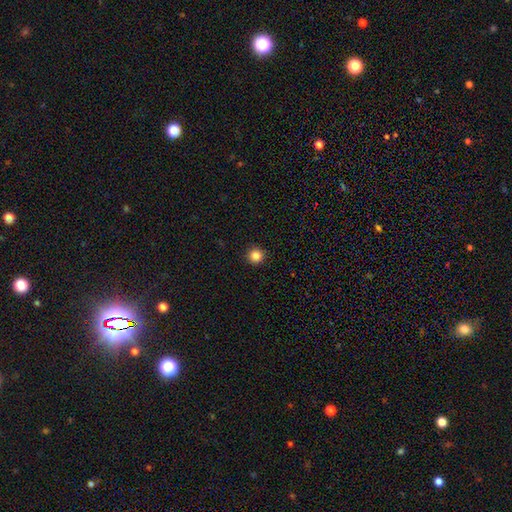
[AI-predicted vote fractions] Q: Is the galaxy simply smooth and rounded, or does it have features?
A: smooth — 85%.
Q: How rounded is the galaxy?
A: round — 96%.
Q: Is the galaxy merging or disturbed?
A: none — 93%.